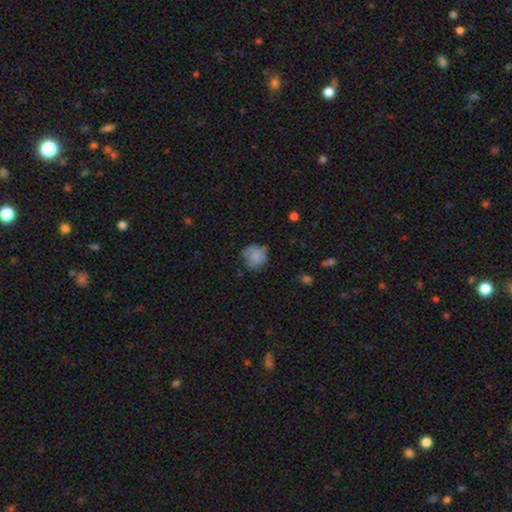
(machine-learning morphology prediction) smooth-or-featured: smooth: 74% | featured or disk: 17% | star or artifact: 9%
  how-rounded: round: 82% | in between: 17% | cigar-shaped: 1%
  merging: none: 59% | minor disturbance: 28% | major disturbance: 11% | merger: 3%